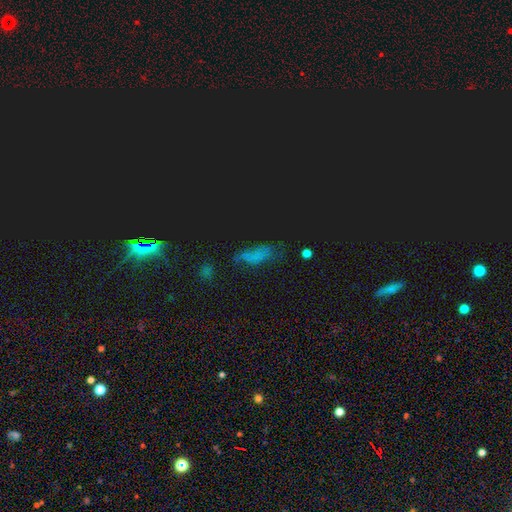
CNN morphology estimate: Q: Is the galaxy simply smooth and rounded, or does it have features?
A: smooth — 44%.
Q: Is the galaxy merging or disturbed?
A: none — 47%.